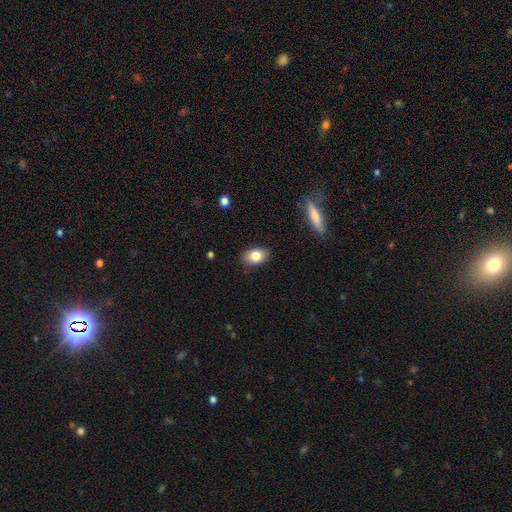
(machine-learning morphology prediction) type=smooth (82%); roundness=in between (84%); merging=none (87%).